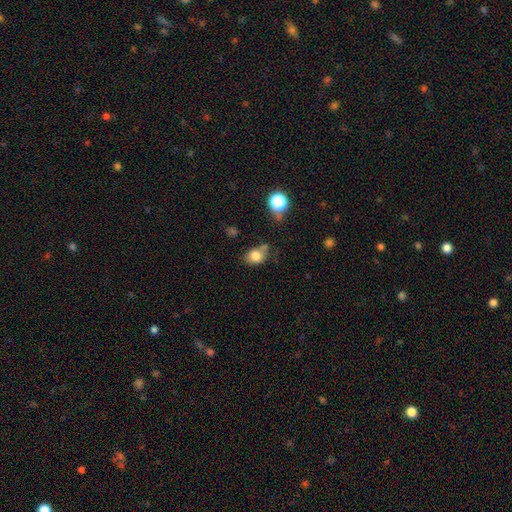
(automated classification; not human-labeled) Morphology: type=smooth (79%); roundness=in between (63%); merging=none (53%).